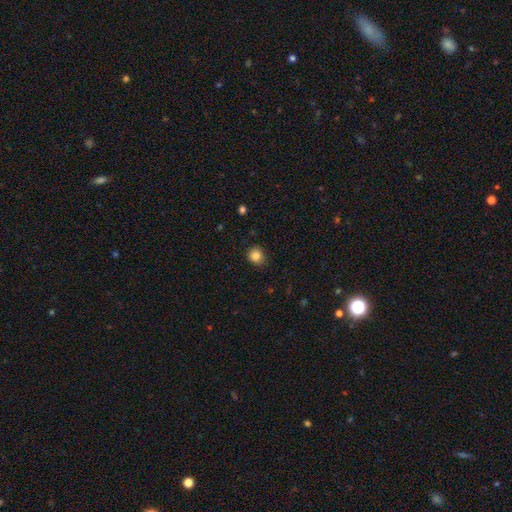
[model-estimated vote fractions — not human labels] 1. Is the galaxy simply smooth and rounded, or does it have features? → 85% smooth, 11% star or artifact, 4% featured or disk.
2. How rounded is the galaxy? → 83% round, 16% in between, 1% cigar-shaped.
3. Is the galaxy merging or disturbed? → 84% none, 12% minor disturbance, 2% major disturbance, 1% merger.